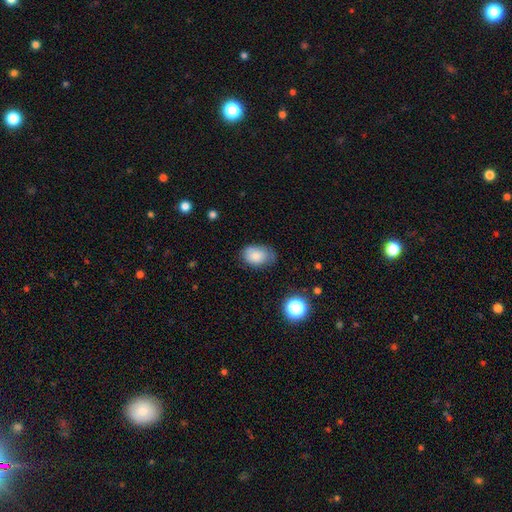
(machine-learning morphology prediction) Smooth or featured?
  - smooth: 82% *
  - featured or disk: 9%
  - star or artifact: 9%
How rounded?
  - in between: 83% *
  - round: 16%
  - cigar-shaped: 1%
Merging?
  - none: 61% *
  - minor disturbance: 29%
  - major disturbance: 8%
  - merger: 2%